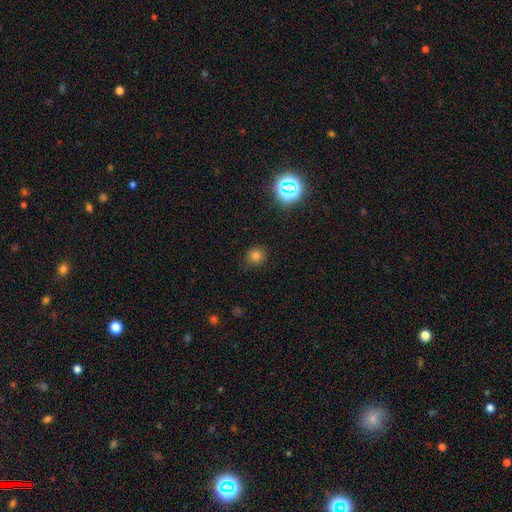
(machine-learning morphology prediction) Q: Smooth or featured?
A: smooth (75%); runner-up: star or artifact (18%)
Q: How rounded?
A: round (85%); runner-up: in between (14%)
Q: Merging?
A: none (86%); runner-up: minor disturbance (10%)